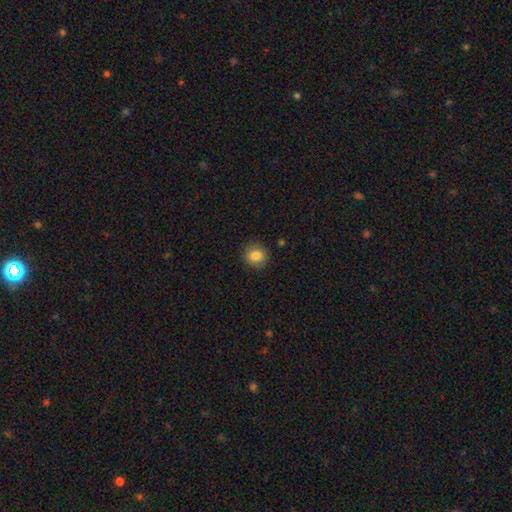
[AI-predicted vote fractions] smooth-or-featured: smooth: 84% | star or artifact: 10% | featured or disk: 6%
  how-rounded: round: 85% | in between: 14% | cigar-shaped: 1%
  merging: none: 89% | minor disturbance: 8% | major disturbance: 2% | merger: 1%